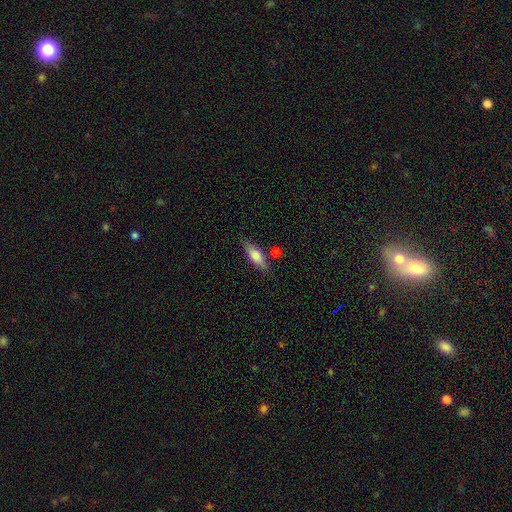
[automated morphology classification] smooth 67%, featured or disk 26%, star or artifact 7%. Down the decision tree: how rounded — in between (54%); merging — none (74%).